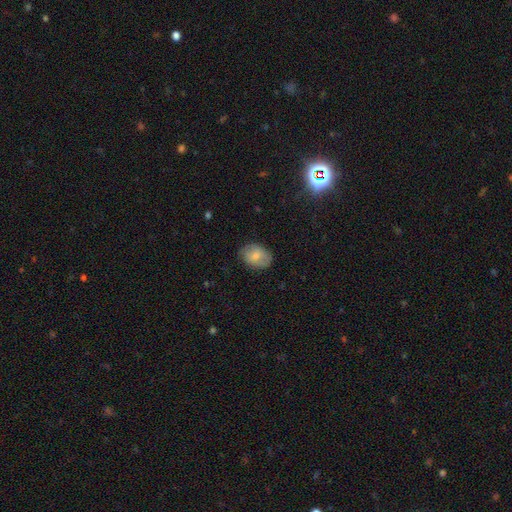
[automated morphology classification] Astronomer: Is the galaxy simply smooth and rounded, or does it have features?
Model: smooth — 73%.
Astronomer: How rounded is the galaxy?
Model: in between — 72%.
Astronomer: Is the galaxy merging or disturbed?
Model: none — 76%.